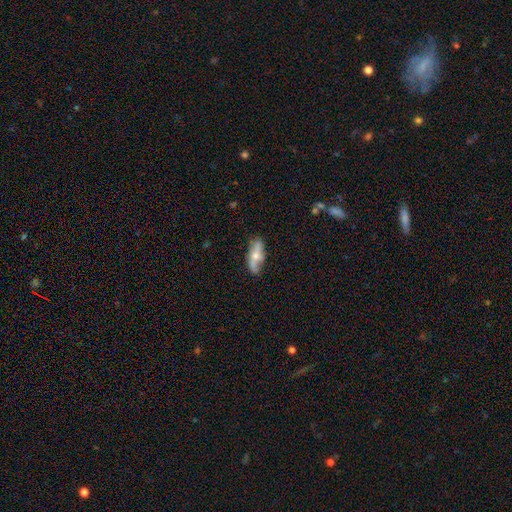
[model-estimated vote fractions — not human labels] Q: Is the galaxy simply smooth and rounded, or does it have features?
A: featured or disk — 47%.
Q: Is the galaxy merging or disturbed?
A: none — 66%.